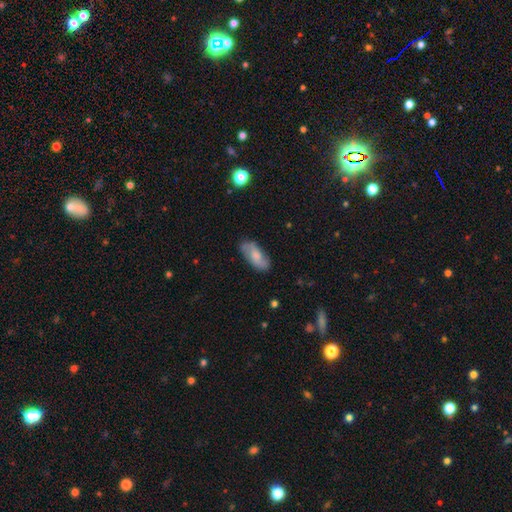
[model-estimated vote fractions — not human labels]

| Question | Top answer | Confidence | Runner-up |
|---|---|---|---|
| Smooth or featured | smooth | 51% | featured or disk (42%) |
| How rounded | in between | 86% | cigar-shaped (11%) |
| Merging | none | 80% | minor disturbance (15%) |